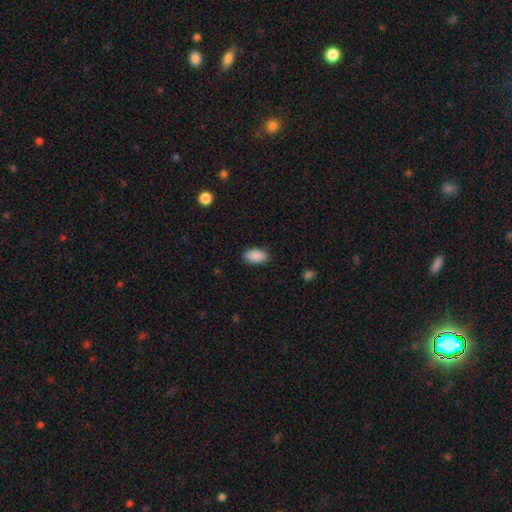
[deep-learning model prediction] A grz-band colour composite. It shows a smooth galaxy with no disk features (90%) that is in between round and cigar-shaped (94%). Merging: none (86%).